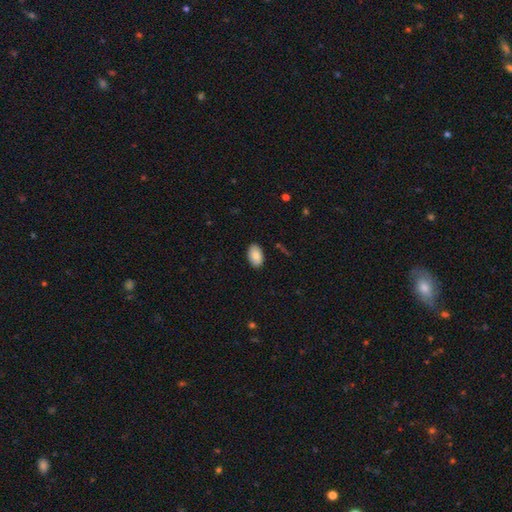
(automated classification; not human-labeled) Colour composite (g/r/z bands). It shows a smooth galaxy with no disk features (88%) that is in between round and cigar-shaped (93%). Merging: none (88%).